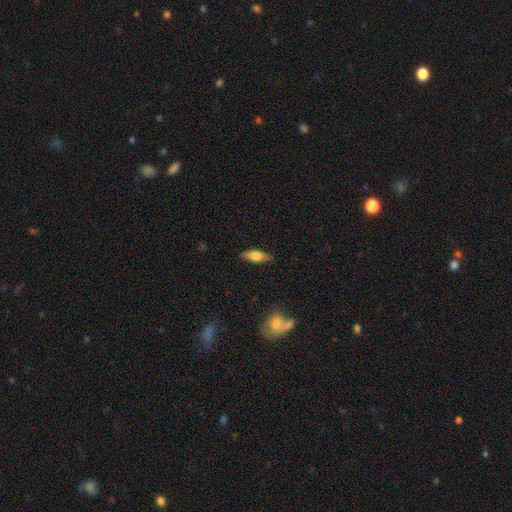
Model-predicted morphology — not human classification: A smooth galaxy with no disk features (59%) that is in between round and cigar-shaped (55%).

Vote fractions:
- Smooth or featured? smooth: 59% / featured or disk: 34% / star or artifact: 7%
- How rounded? in between: 55% / cigar-shaped: 42% / round: 3%
- Merging? none: 86% / minor disturbance: 10% / major disturbance: 2% / merger: 1%